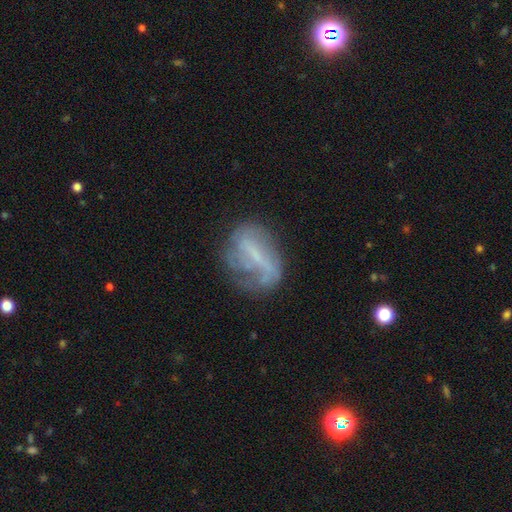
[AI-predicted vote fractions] Smooth or featured? featured or disk (62%)
Edge-on disk? no (94%)
Bar? strong (38%)
Spiral arms? yes (56%)
Bulge size? none (45%)
Merging? none (47%)